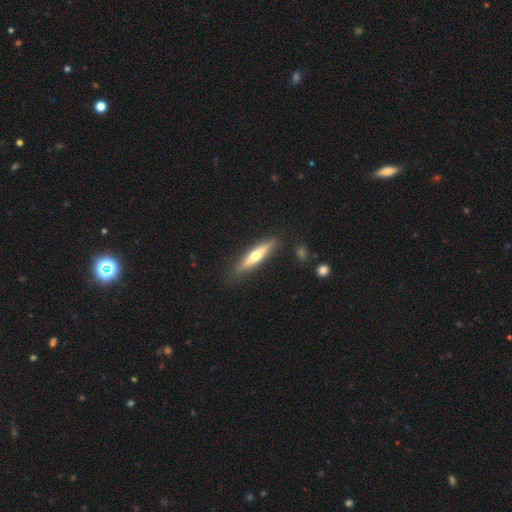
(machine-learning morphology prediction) type=featured or disk (49%); merging=none (86%).